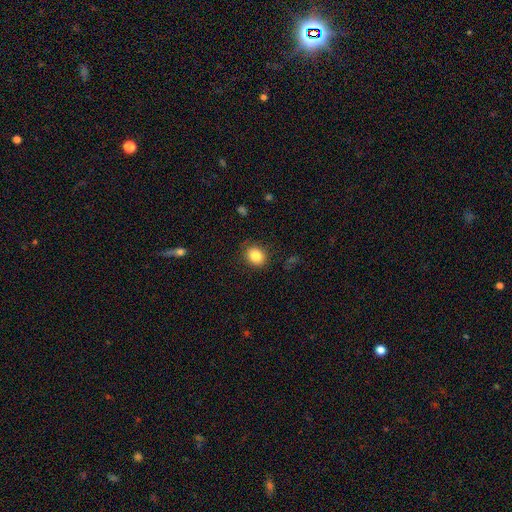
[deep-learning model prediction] smooth_or_featured: smooth (p=0.86) [alt: star or artifact p=0.09]
how_rounded: round (p=0.54) [alt: in between p=0.45]
merging: none (p=0.86) [alt: minor disturbance p=0.10]